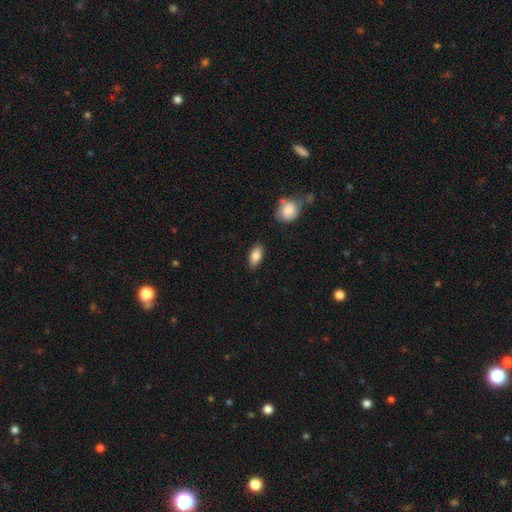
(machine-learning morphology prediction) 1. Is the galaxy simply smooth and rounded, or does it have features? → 84% smooth, 9% featured or disk, 7% star or artifact.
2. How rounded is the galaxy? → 88% in between, 8% cigar-shaped, 4% round.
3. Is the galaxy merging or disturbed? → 85% none, 11% minor disturbance, 2% major disturbance, 2% merger.